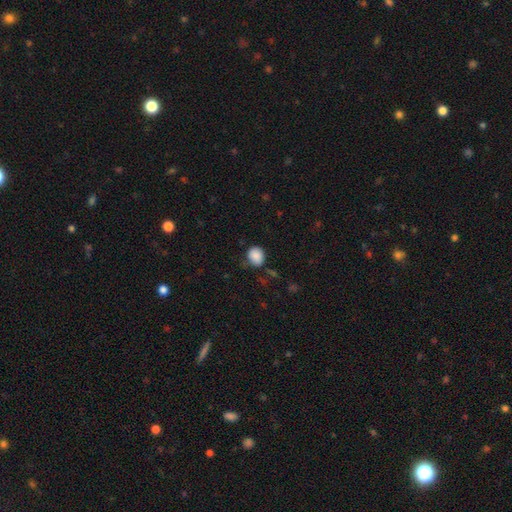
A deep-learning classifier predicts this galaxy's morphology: type=smooth (88%); roundness=round (67%); merging=none (73%).